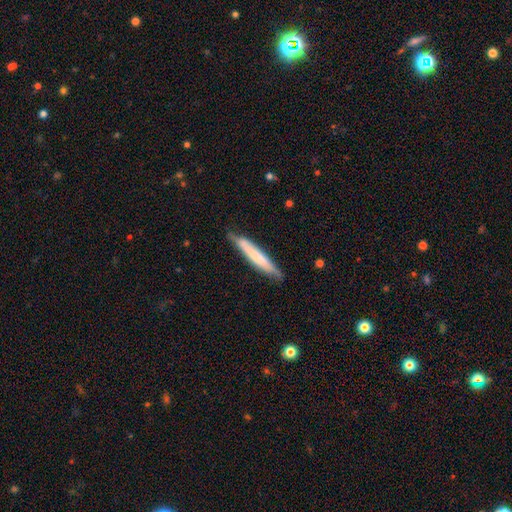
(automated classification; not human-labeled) Overall: smooth (61%; featured or disk 33%). How rounded: cigar-shaped (93%). Merging: none (77%).